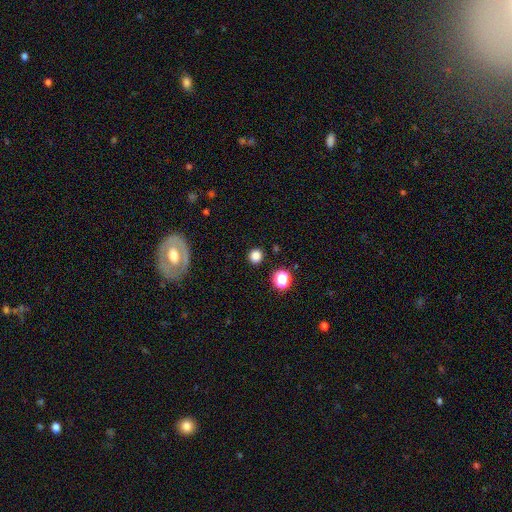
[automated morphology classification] Q: Smooth or featured?
A: smooth (81%); runner-up: star or artifact (14%)
Q: How rounded?
A: round (94%); runner-up: in between (5%)
Q: Merging?
A: none (90%); runner-up: minor disturbance (6%)